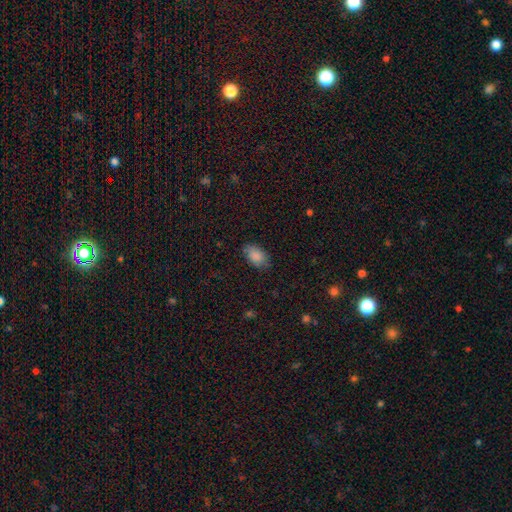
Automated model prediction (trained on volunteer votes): Smooth or featured: smooth — 87% (star or artifact — 8%)
How rounded: in between — 90% (round — 8%)
Merging: none — 78% (minor disturbance — 17%)